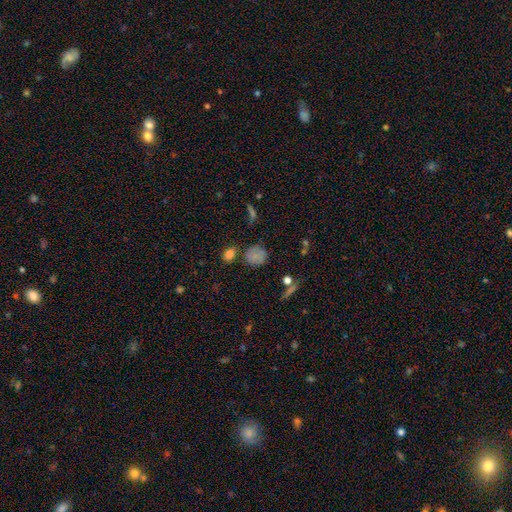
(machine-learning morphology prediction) Overall: smooth (75%). How rounded: round (79%). Merging: none (67%).